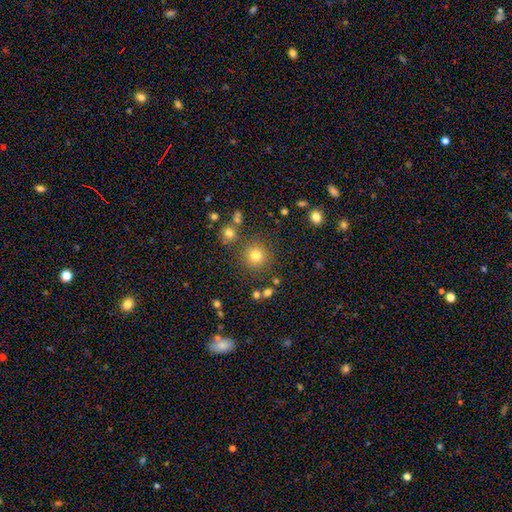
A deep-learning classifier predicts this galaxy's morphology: This is likely a smooth galaxy (78%). How rounded: clearly round (94%). Merging: clearly none (84%).